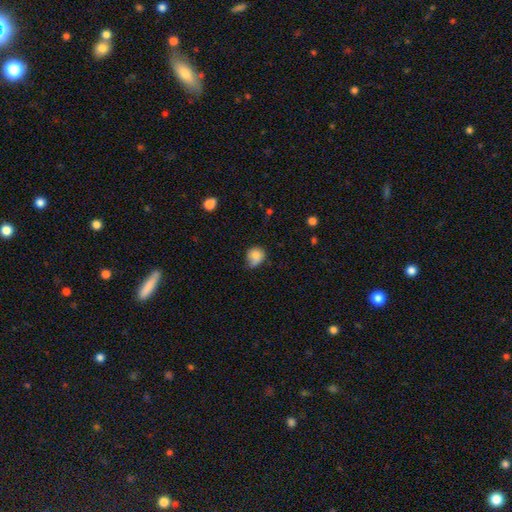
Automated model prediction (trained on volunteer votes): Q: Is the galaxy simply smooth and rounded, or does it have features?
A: smooth — 77%.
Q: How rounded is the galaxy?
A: round — 67%.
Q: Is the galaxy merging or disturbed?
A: none — 42%.